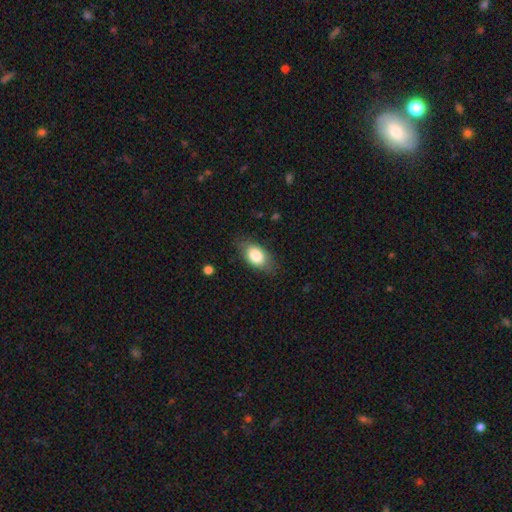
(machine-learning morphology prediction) Smooth or featured? Predicted: smooth (p=0.81). How rounded? Predicted: in between (p=0.88). Merging? Predicted: none (p=0.78).